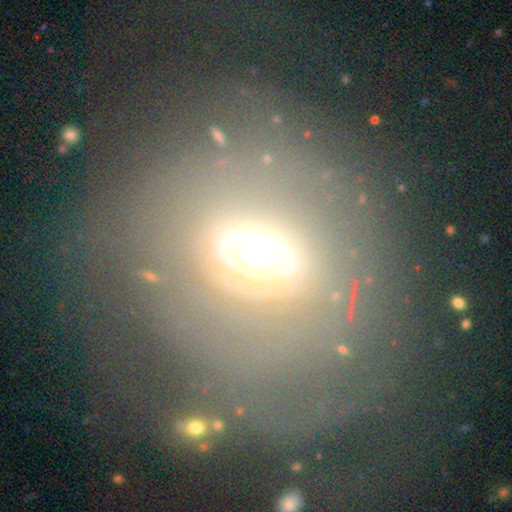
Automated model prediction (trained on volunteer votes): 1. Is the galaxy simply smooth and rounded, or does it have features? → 44% smooth, 37% featured or disk, 19% star or artifact.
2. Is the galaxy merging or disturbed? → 68% none, 14% minor disturbance, 13% major disturbance, 5% merger.